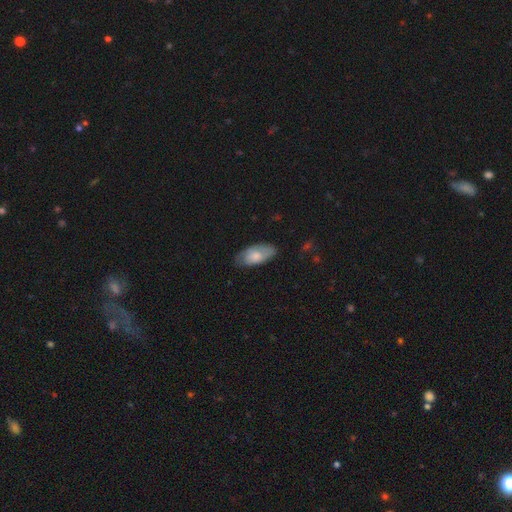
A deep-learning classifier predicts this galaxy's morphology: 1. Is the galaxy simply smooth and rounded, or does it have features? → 67% smooth, 27% featured or disk, 6% star or artifact.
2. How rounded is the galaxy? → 90% in between, 7% cigar-shaped, 3% round.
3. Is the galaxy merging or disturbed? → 72% none, 22% minor disturbance, 5% major disturbance, 1% merger.